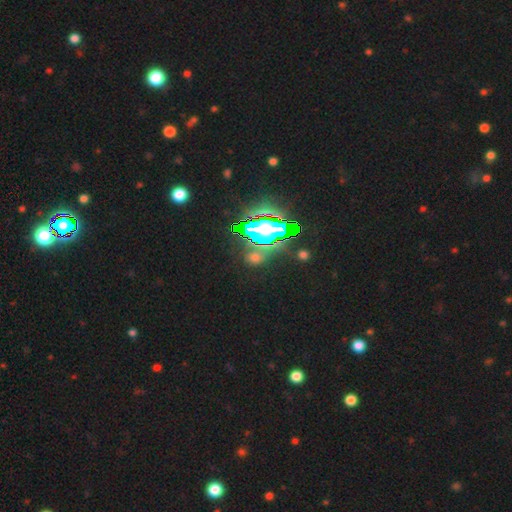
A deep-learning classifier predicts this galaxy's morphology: The model was most divided on "smooth or featured": star or artifact: 74%, smooth: 15%, featured or disk: 11%.